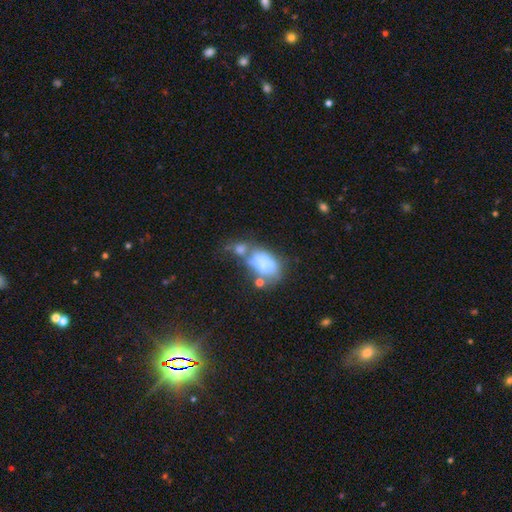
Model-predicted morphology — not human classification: A smooth galaxy with no disk features (41%). Merging: none (44%).